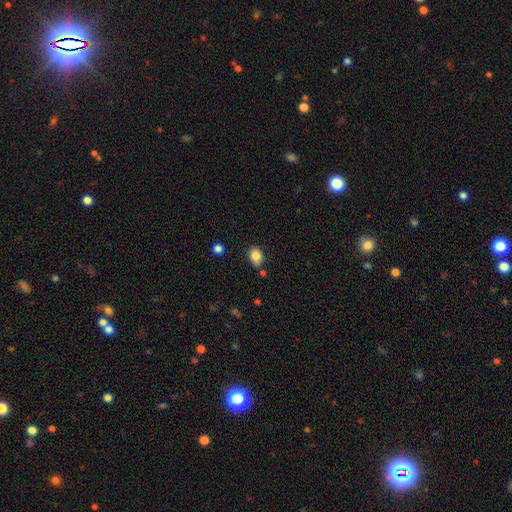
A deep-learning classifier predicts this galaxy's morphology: Smooth or featured: smooth — 85% (star or artifact — 9%)
How rounded: in between — 66% (round — 33%)
Merging: none — 73% (minor disturbance — 18%)